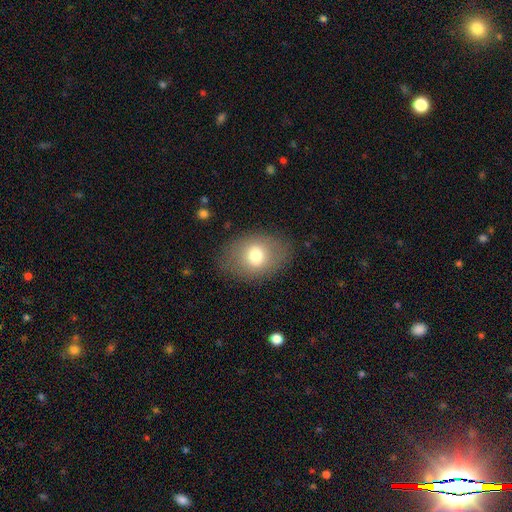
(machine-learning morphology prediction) smooth 74%, featured or disk 17%, star or artifact 9%. Down the decision tree: how rounded — in between (72%); merging — none (82%).